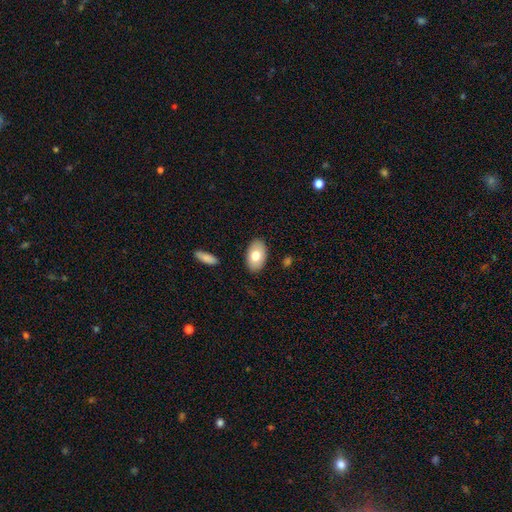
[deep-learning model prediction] The model was most divided on "smooth or featured": smooth: 74%, featured or disk: 20%, star or artifact: 6%. More confident: how rounded — in between (93%); merging — none (87%).